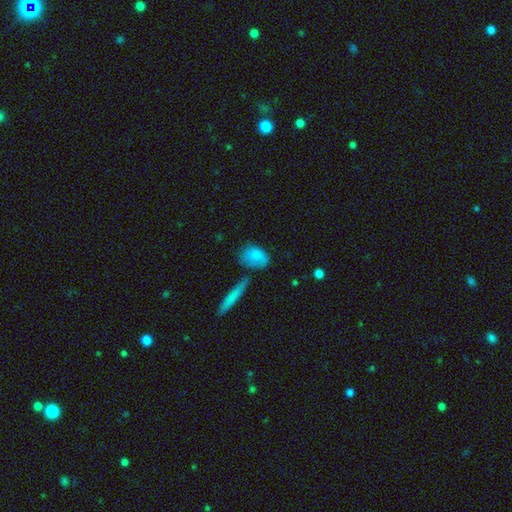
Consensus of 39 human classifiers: Overall: smooth (87%). How rounded: in between (65%). Merging: none (39%; minor disturbance 33%).